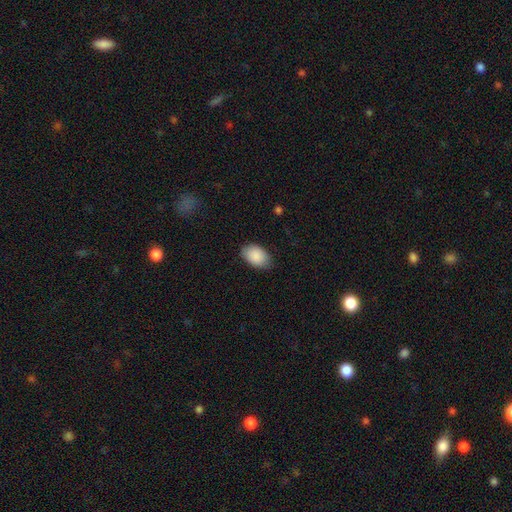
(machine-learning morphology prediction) This appears to be a smooth galaxy with no disk features (90%) that is in between round and cigar-shaped (89%). Merging: none (80%).